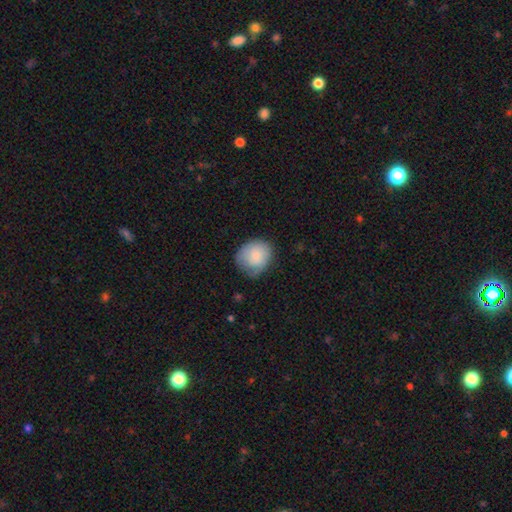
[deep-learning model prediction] smooth_or_featured: smooth (p=0.81) [alt: featured or disk p=0.12]
how_rounded: round (p=0.71) [alt: in between p=0.28]
merging: none (p=0.58) [alt: minor disturbance p=0.32]